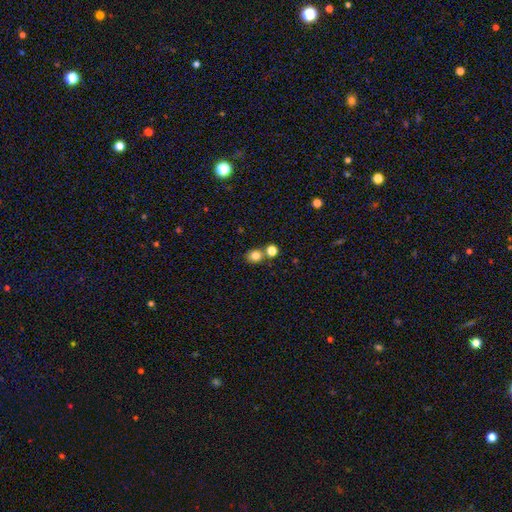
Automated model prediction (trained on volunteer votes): smooth_or_featured: smooth (p=0.81) [alt: star or artifact p=0.13]
how_rounded: round (p=0.75) [alt: in between p=0.24]
merging: none (p=0.64) [alt: merger p=0.25]